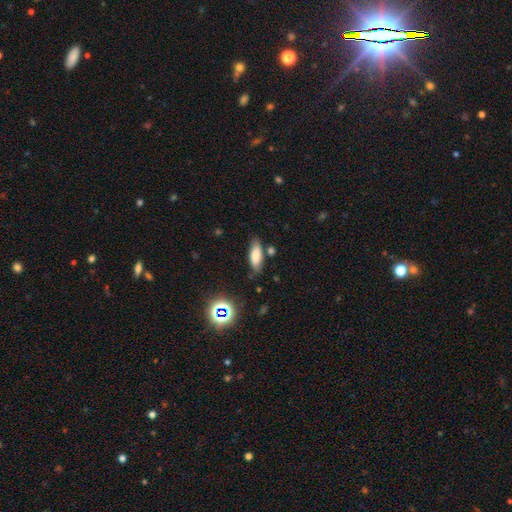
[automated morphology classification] Smooth or featured: smooth — 78% (featured or disk — 12%)
How rounded: in between — 68% (cigar-shaped — 29%)
Merging: none — 76% (minor disturbance — 15%)